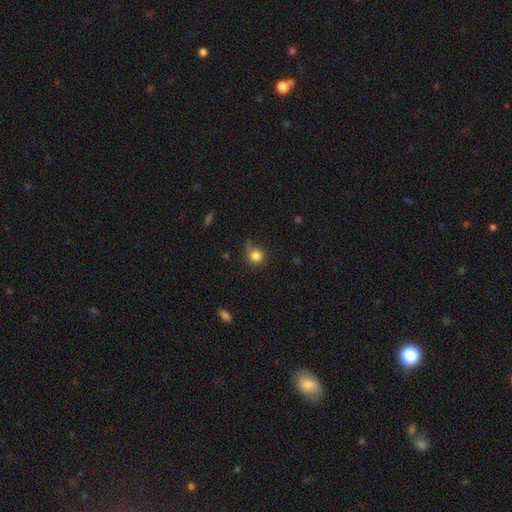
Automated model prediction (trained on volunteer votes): The model was most divided on "merging": none: 65%, minor disturbance: 22%, major disturbance: 7%, merger: 6%. More confident: how rounded — round (90%); smooth or featured — smooth (83%).